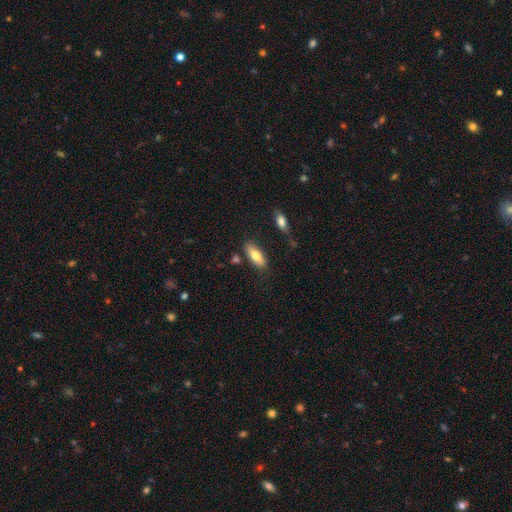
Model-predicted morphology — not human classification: smooth 77%, featured or disk 16%, star or artifact 6%. Down the decision tree: how rounded — in between (75%); merging — none (77%).